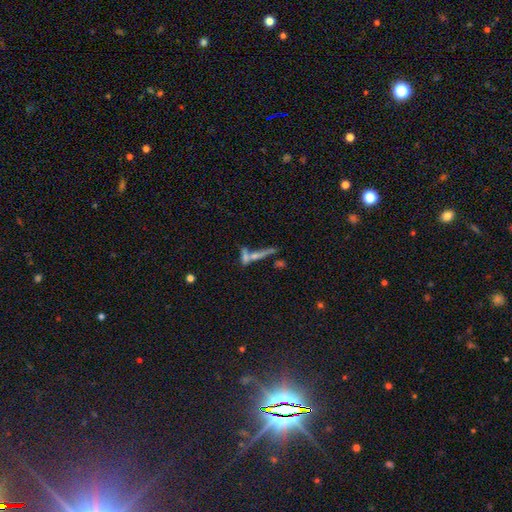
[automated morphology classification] smooth-or-featured: featured or disk: 44% | smooth: 41% | star or artifact: 14%
  merging: merger: 46% | none: 35% | minor disturbance: 10% | major disturbance: 9%